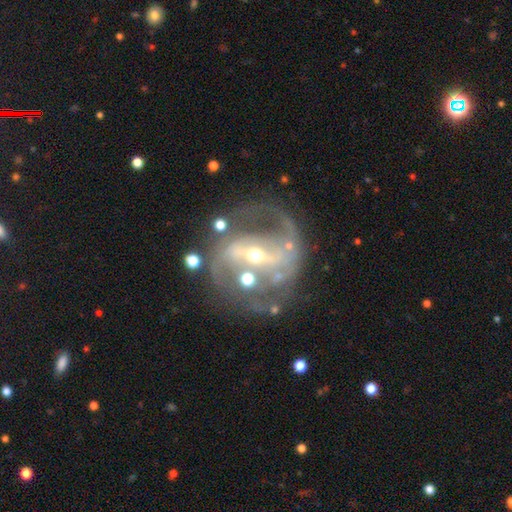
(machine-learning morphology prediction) A featured or disk galaxy (88%) with a strong bar (60%), 2 (83%) medium (51%) spiral arms (92%) and a small central bulge (56%). Merging: none (63%).